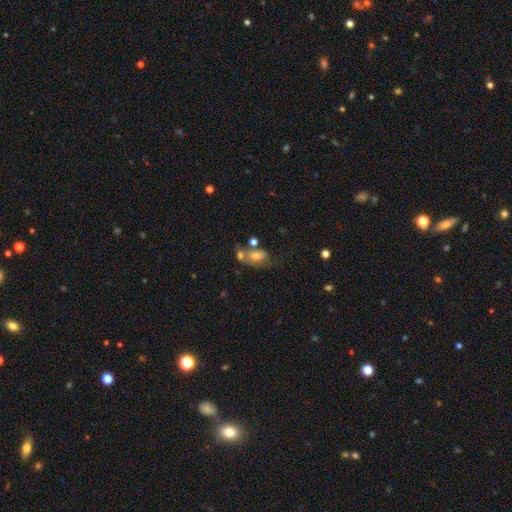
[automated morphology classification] Smooth or featured? Predicted: smooth (p=0.61). How rounded? Predicted: in between (p=0.84). Merging? Predicted: merger (p=0.33).